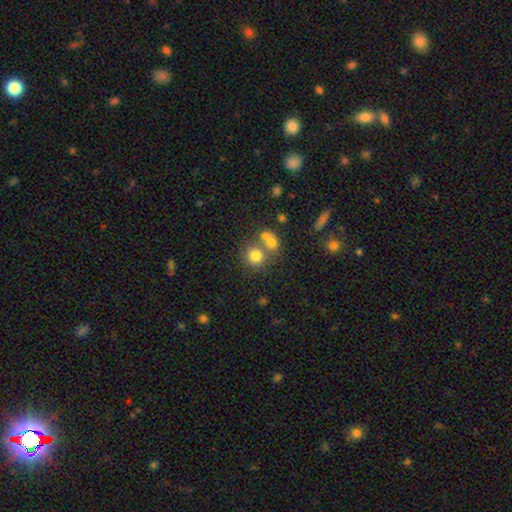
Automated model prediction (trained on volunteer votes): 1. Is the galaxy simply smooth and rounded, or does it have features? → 77% smooth, 12% star or artifact, 11% featured or disk.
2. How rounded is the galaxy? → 80% round, 19% in between, 1% cigar-shaped.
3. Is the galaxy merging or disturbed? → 49% none, 37% merger, 9% minor disturbance, 5% major disturbance.